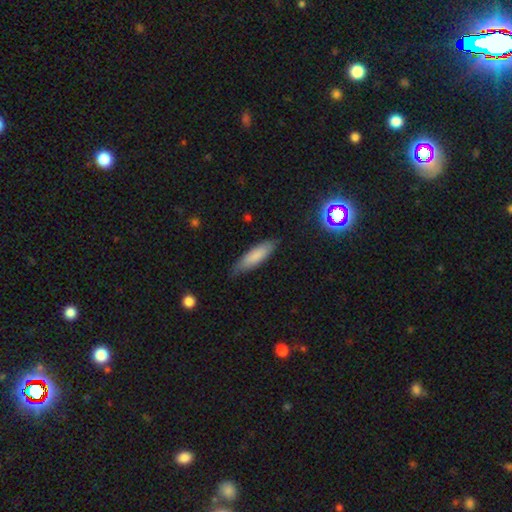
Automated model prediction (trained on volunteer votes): Smooth or featured? Predicted: smooth (p=0.79). How rounded? Predicted: cigar-shaped (p=0.58). Merging? Predicted: none (p=0.77).